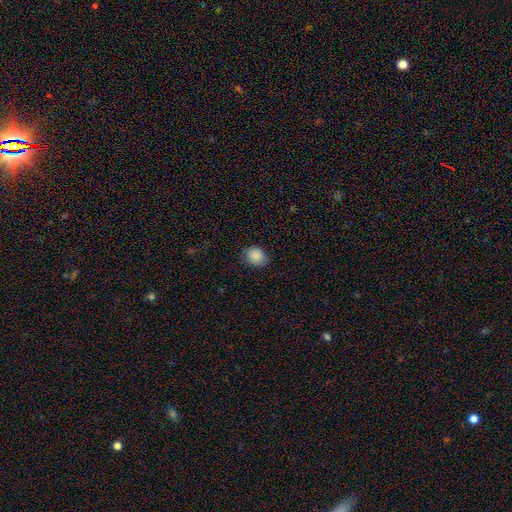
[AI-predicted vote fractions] Overall: smooth (87%). How rounded: round (57%; in between 42%). Merging: none (81%).